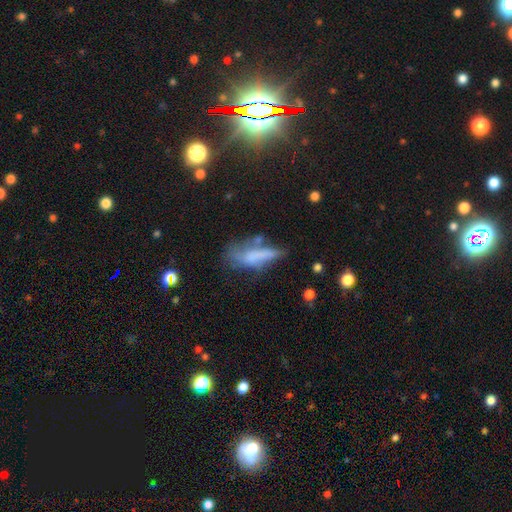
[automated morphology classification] type=smooth (56%); roundness=in between (50%); merging=none (33%).